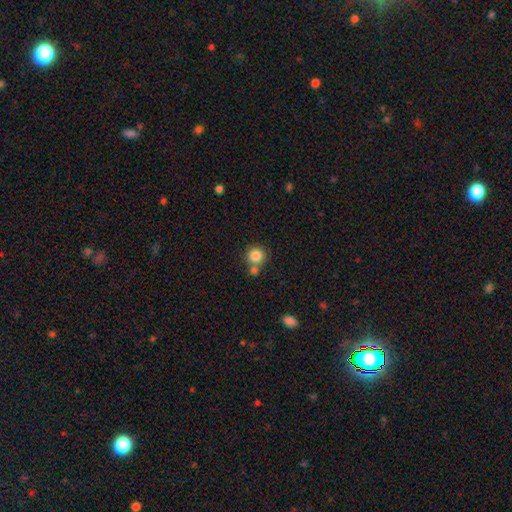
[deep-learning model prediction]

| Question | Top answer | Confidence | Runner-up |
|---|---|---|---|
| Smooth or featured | smooth | 84% | star or artifact (10%) |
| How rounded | round | 92% | in between (7%) |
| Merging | none | 63% | merger (26%) |